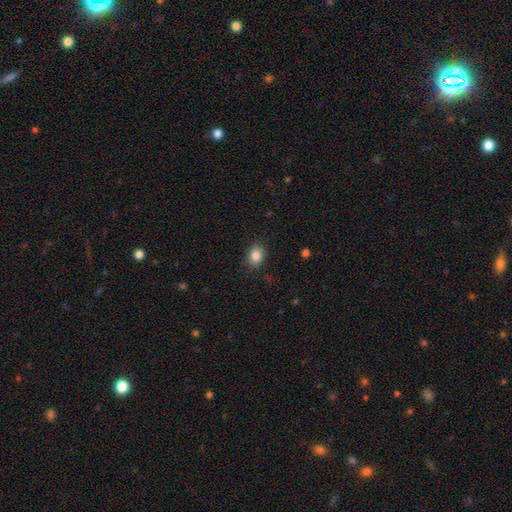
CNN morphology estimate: smooth-or-featured: smooth: 84% | star or artifact: 10% | featured or disk: 6%
  how-rounded: in between: 57% | round: 42% | cigar-shaped: 1%
  merging: none: 86% | minor disturbance: 10% | major disturbance: 3% | merger: 1%